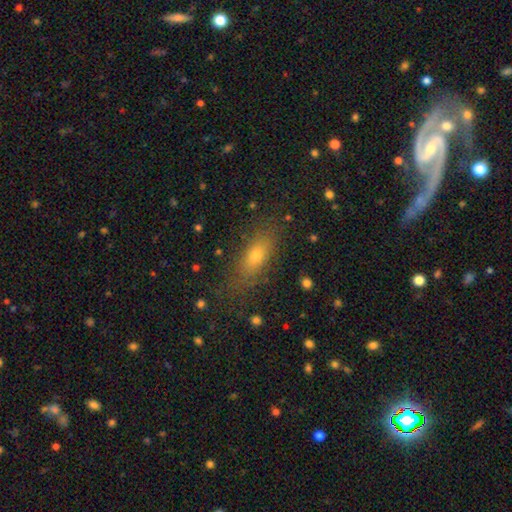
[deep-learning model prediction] Smooth or featured? smooth (72%)
How rounded? in between (69%)
Merging? none (77%)